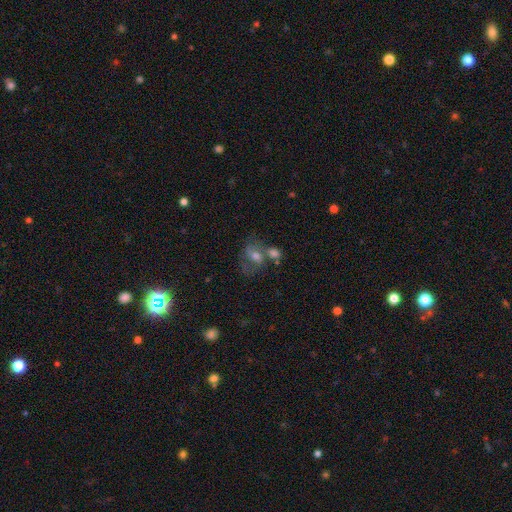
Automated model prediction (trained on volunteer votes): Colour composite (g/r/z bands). It shows a smooth galaxy with no disk features (47%). Merging: none (37%).